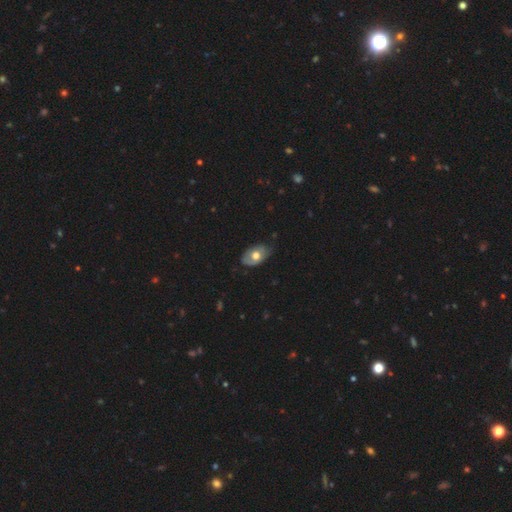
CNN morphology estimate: Overall: smooth (57%; featured or disk 37%). How rounded: in between (87%). Merging: none (59%; minor disturbance 33%).